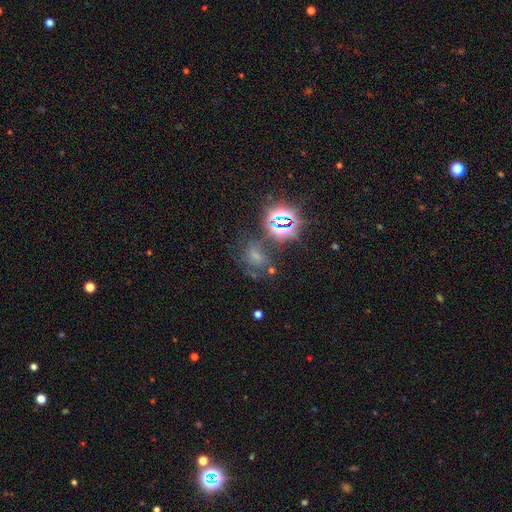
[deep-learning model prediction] Smooth or featured? star or artifact (46%)